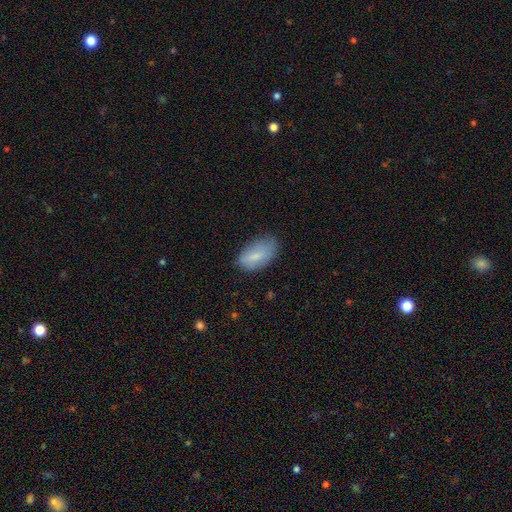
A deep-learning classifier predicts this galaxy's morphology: type=smooth (78%); roundness=in between (93%); merging=none (66%).